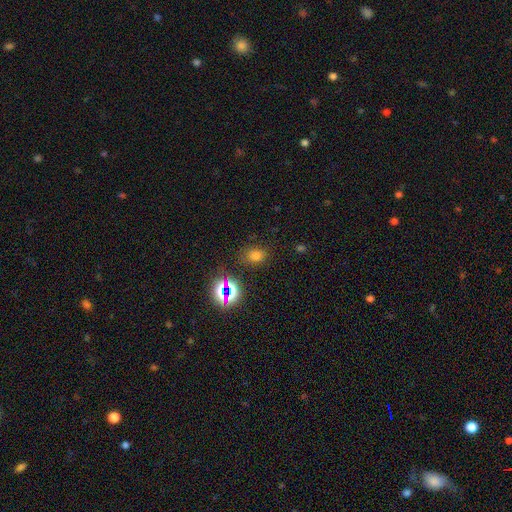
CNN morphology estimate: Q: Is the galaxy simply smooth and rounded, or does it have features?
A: smooth — 65%.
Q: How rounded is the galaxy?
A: in between — 57%.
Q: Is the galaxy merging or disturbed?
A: none — 78%.